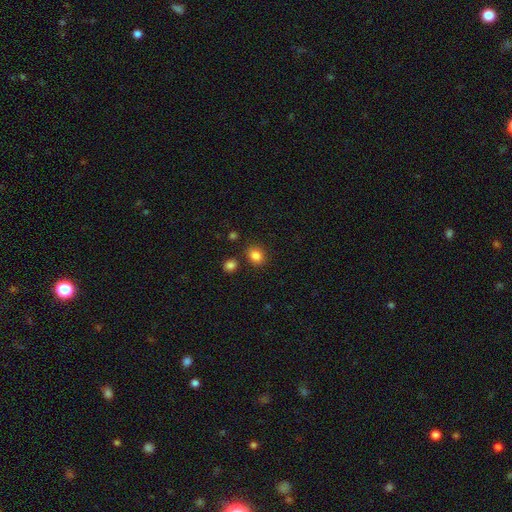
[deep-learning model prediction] A smooth galaxy with no disk features (85%) that is round (64%).

Vote fractions:
- Smooth or featured? smooth: 85% / star or artifact: 11% / featured or disk: 4%
- How rounded? round: 64% / in between: 35% / cigar-shaped: 1%
- Merging? none: 82% / minor disturbance: 10% / merger: 5% / major disturbance: 3%